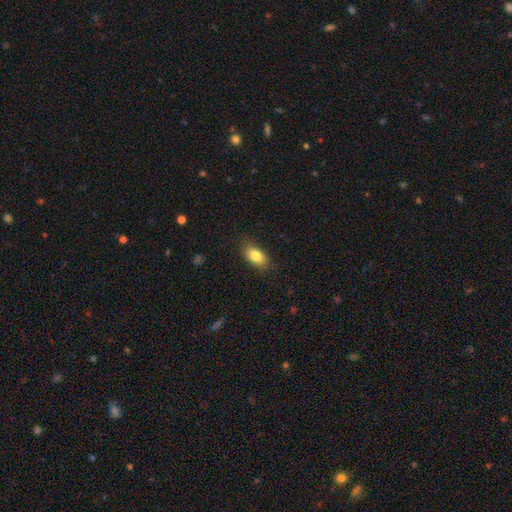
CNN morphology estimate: A smooth galaxy with no disk features (83%) that is in between round and cigar-shaped (90%).

Vote fractions:
- Smooth or featured? smooth: 83% / featured or disk: 9% / star or artifact: 8%
- How rounded? in between: 90% / round: 7% / cigar-shaped: 3%
- Merging? none: 85% / minor disturbance: 11% / major disturbance: 3% / merger: 1%